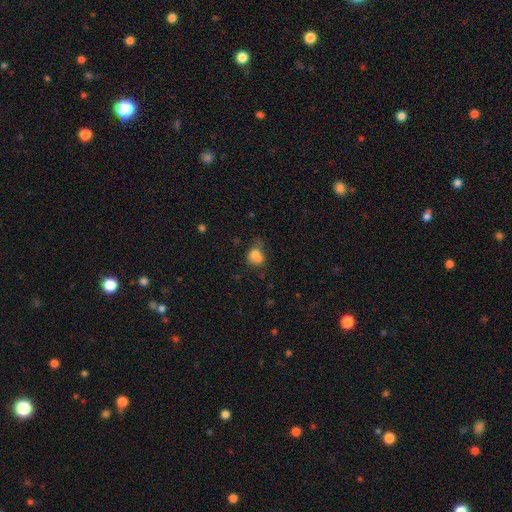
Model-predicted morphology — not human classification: Q: Smooth or featured?
A: smooth (77%); runner-up: featured or disk (12%)
Q: How rounded?
A: in between (51%); runner-up: round (48%)
Q: Merging?
A: none (33%); runner-up: merger (31%)